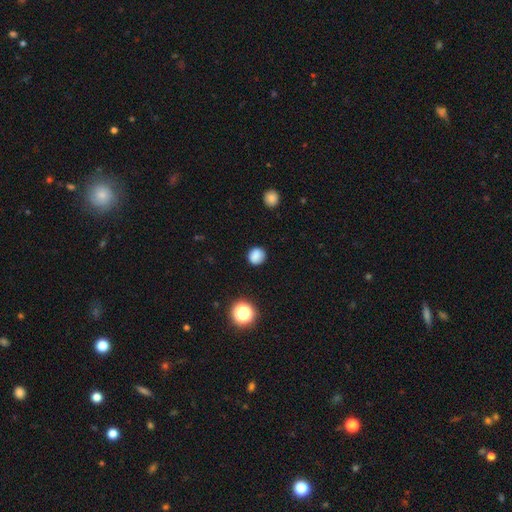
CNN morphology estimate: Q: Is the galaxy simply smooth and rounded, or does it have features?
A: smooth — 84%.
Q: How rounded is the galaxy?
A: round — 84%.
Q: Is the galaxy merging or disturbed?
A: none — 87%.